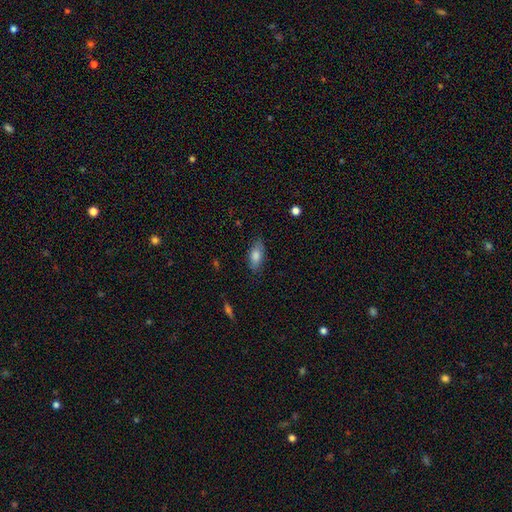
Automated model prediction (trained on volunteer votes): smooth-or-featured: smooth: 77% | featured or disk: 15% | star or artifact: 8%
  how-rounded: in between: 82% | cigar-shaped: 15% | round: 3%
  merging: none: 81% | minor disturbance: 15% | major disturbance: 3% | merger: 1%